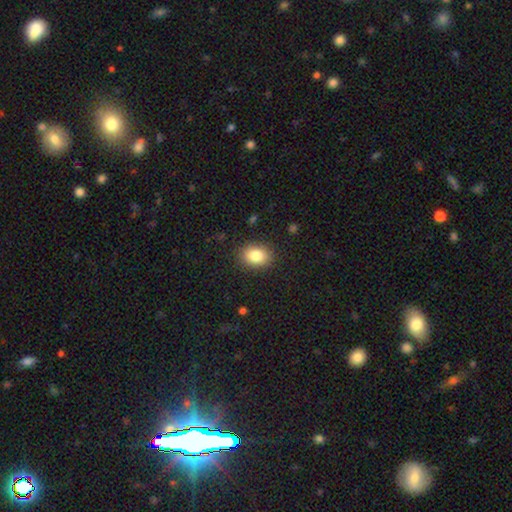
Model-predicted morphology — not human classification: Q: Smooth or featured?
A: smooth (83%); runner-up: star or artifact (9%)
Q: How rounded?
A: in between (68%); runner-up: round (31%)
Q: Merging?
A: none (88%); runner-up: minor disturbance (9%)